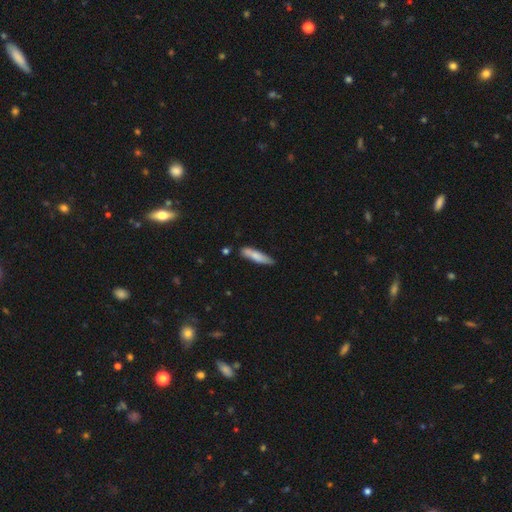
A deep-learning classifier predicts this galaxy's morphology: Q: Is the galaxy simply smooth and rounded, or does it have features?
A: smooth — 76%.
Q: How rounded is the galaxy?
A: cigar-shaped — 81%.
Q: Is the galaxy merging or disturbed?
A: none — 74%.